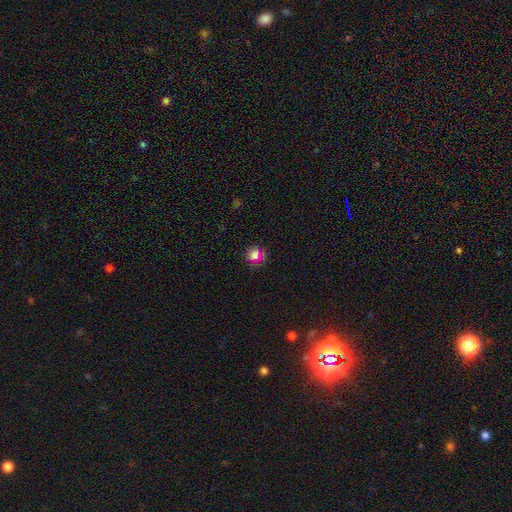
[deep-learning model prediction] Smooth or featured? smooth (64%)
How rounded? round (86%)
Merging? none (83%)